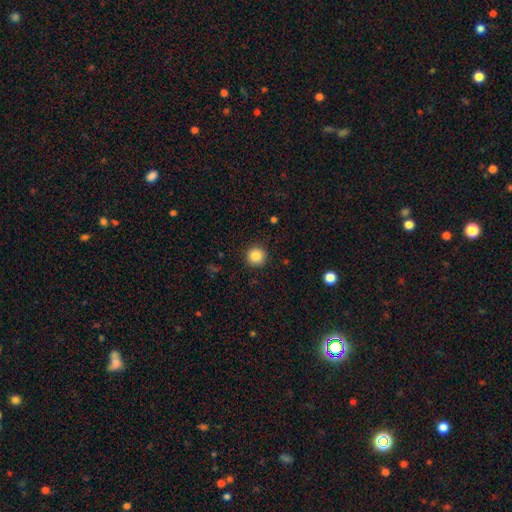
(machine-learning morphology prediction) This is clearly a smooth galaxy (85%). How rounded: clearly round (95%). Merging: clearly none (91%).